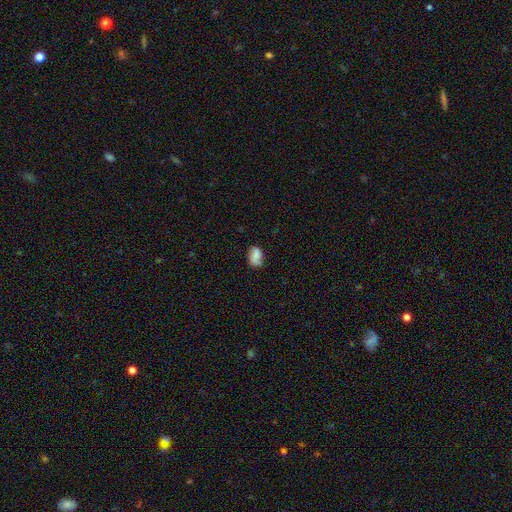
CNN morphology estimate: Smooth or featured? Predicted: smooth (p=0.75). How rounded? Predicted: in between (p=0.82). Merging? Predicted: none (p=0.52).